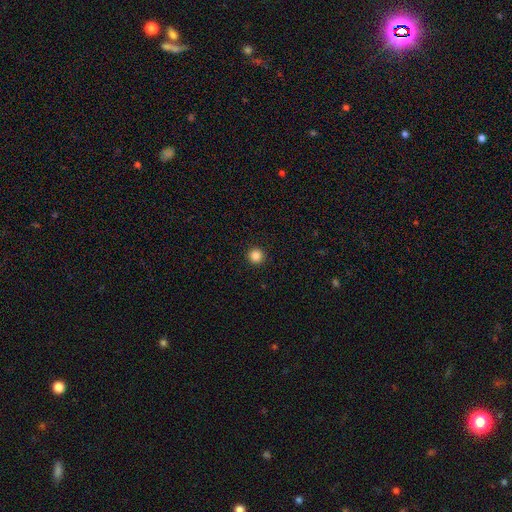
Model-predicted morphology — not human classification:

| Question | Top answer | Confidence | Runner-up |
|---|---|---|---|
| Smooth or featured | smooth | 85% | star or artifact (12%) |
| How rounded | round | 96% | in between (3%) |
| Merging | none | 94% | minor disturbance (4%) |